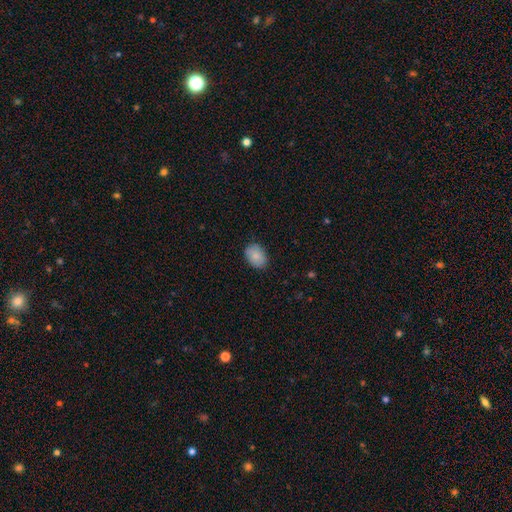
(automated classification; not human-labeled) Overall: smooth (86%). How rounded: in between (78%). Merging: none (85%).